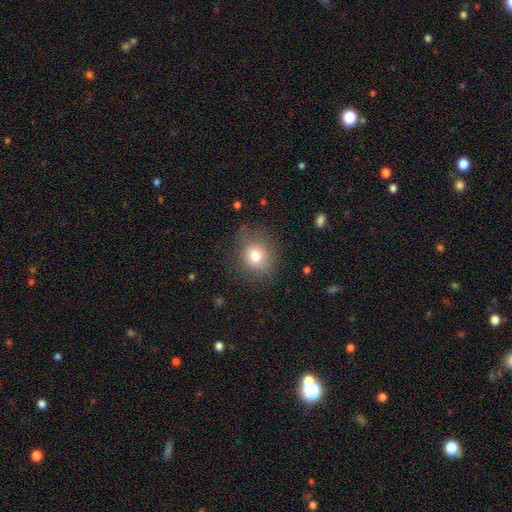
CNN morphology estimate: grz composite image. It shows a smooth galaxy with no disk features (78%) that is round (76%). Merging: none (76%).